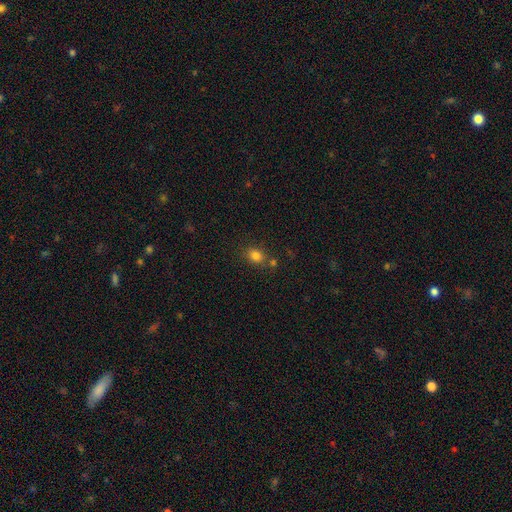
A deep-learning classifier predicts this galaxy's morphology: A smooth galaxy with no disk features (81%) that is round (53%). Merging: none (70%).